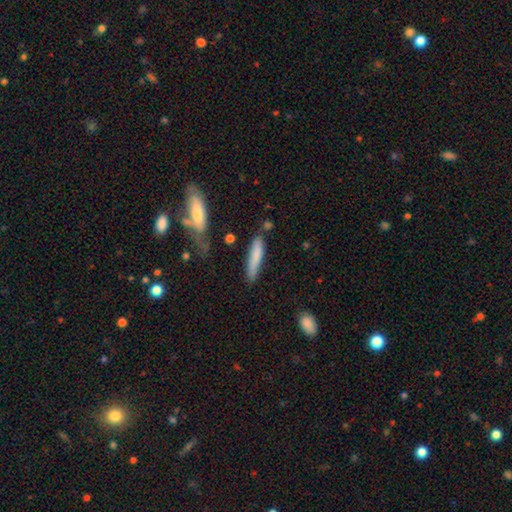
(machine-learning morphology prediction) This appears to be a smooth galaxy with no disk features (76%) that is cigar-shaped (85%). Merging: none (68%).